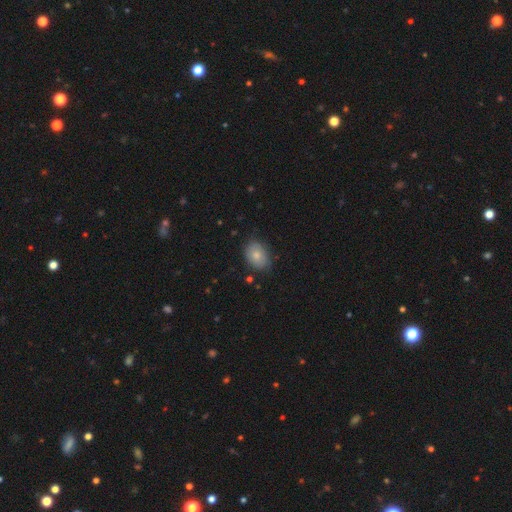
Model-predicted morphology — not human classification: Smooth or featured? smooth (78%)
How rounded? in between (78%)
Merging? none (77%)